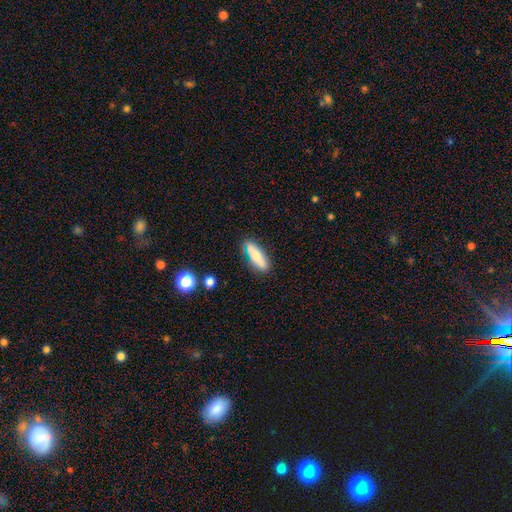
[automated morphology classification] Smooth or featured?
  - smooth: 69% *
  - featured or disk: 24%
  - star or artifact: 7%
How rounded?
  - cigar-shaped: 49% * (tied)
  - in between: 49% * (tied)
  - round: 2%
Merging?
  - none: 78% *
  - minor disturbance: 15%
  - merger: 3%
  - major disturbance: 3%